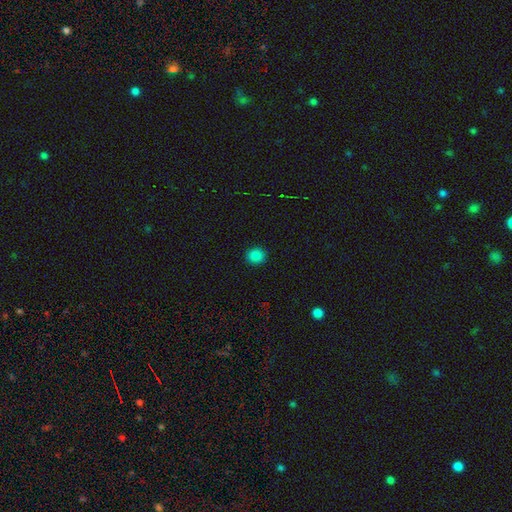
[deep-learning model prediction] Smooth or featured: smooth — 84% (star or artifact — 12%)
How rounded: round — 83% (in between — 16%)
Merging: none — 92% (minor disturbance — 5%)